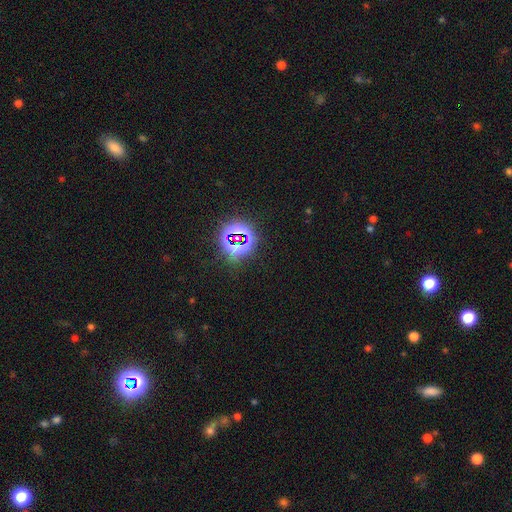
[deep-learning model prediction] Smooth or featured? star or artifact (79%)